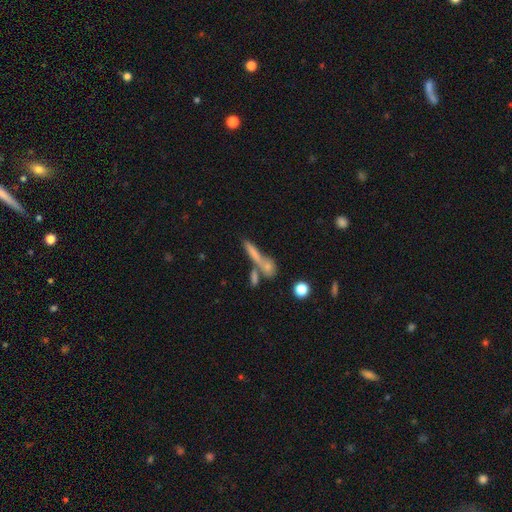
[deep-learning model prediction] This appears to be a smooth galaxy with no disk features (55%) that is cigar-shaped (72%). Merging: none (45%).